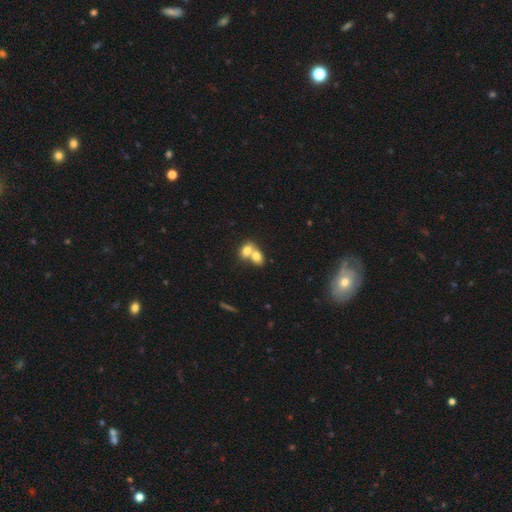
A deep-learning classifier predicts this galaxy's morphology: Smooth or featured: smooth — 74% (featured or disk — 17%)
How rounded: in between — 70% (round — 28%)
Merging: merger — 74% (none — 19%)